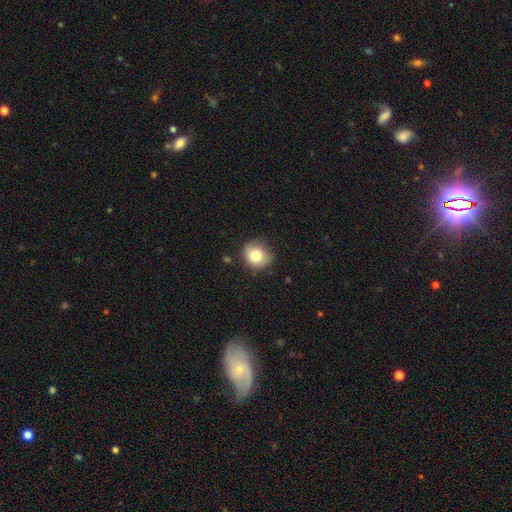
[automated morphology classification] Q: Smooth or featured?
A: smooth (81%); runner-up: featured or disk (9%)
Q: How rounded?
A: round (83%); runner-up: in between (16%)
Q: Merging?
A: none (76%); runner-up: minor disturbance (18%)